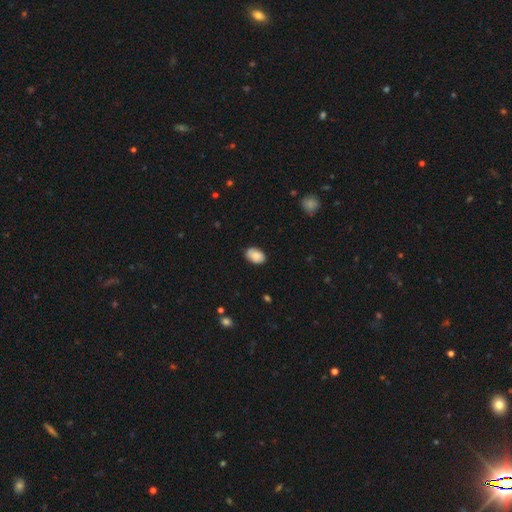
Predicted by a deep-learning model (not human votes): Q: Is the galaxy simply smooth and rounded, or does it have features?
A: smooth — 84%.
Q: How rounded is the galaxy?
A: in between — 89%.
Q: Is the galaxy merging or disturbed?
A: none — 80%.